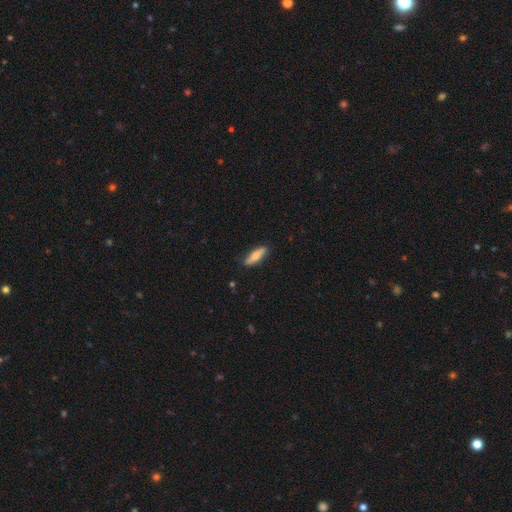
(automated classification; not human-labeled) Smooth or featured? smooth (68%)
How rounded? cigar-shaped (66%)
Merging? none (84%)